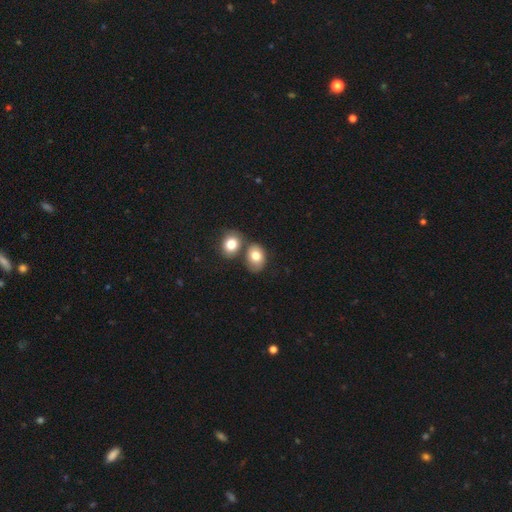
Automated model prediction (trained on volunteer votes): This is likely a smooth galaxy (77%). How rounded: likely in between (64%). Merging: possibly none (45%).